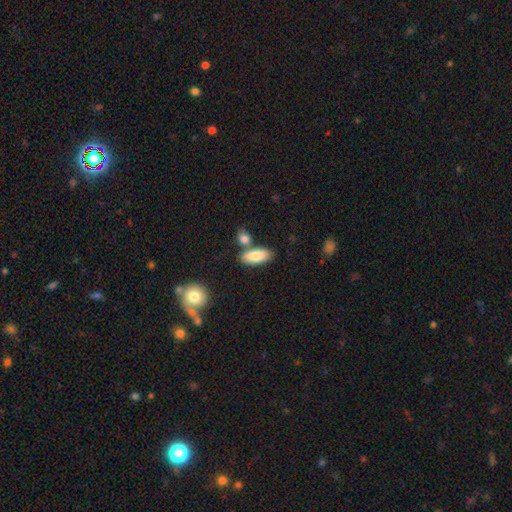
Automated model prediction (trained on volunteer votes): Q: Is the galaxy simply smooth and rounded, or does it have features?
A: smooth — 84%.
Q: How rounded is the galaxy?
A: in between — 84%.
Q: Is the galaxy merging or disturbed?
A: none — 65%.